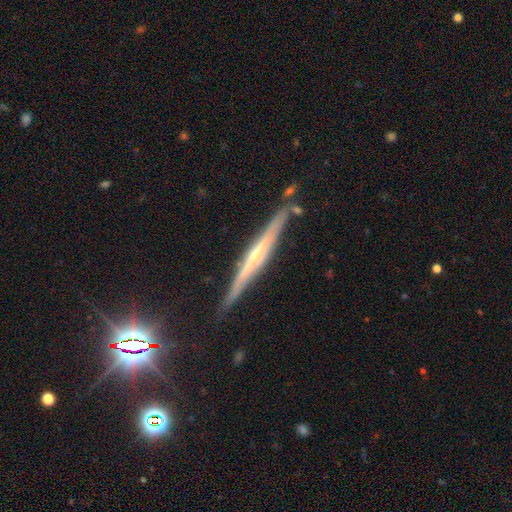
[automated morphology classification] smooth_or_featured: featured or disk (p=0.74) [alt: smooth p=0.18]
disk_edge_on: yes (p=0.97) [alt: no p=0.03]
edge_on_bulge: rounded (p=0.59) [alt: none p=0.33]
merging: none (p=0.84) [alt: minor disturbance p=0.11]